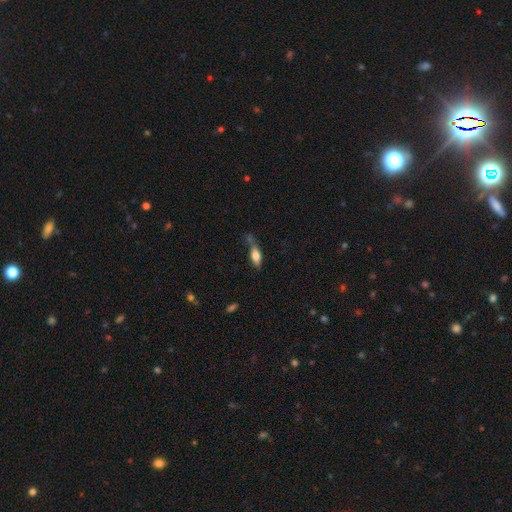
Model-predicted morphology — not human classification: Q: Smooth or featured?
A: smooth (63%); runner-up: featured or disk (29%)
Q: How rounded?
A: in between (64%); runner-up: cigar-shaped (32%)
Q: Merging?
A: none (41%); runner-up: minor disturbance (28%)